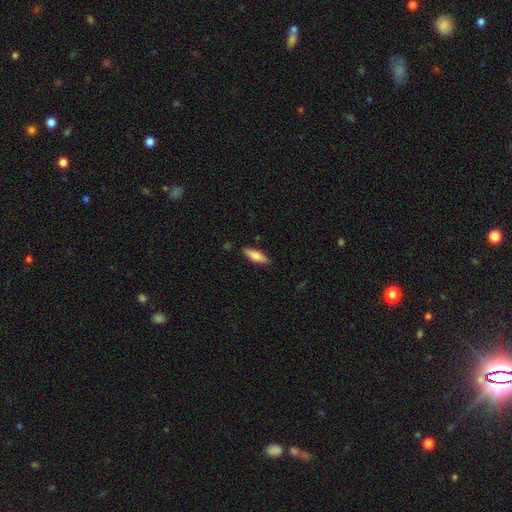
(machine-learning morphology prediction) smooth_or_featured: smooth (p=0.76) [alt: featured or disk p=0.18]
how_rounded: in between (p=0.51) [alt: cigar-shaped p=0.47]
merging: none (p=0.84) [alt: minor disturbance p=0.12]